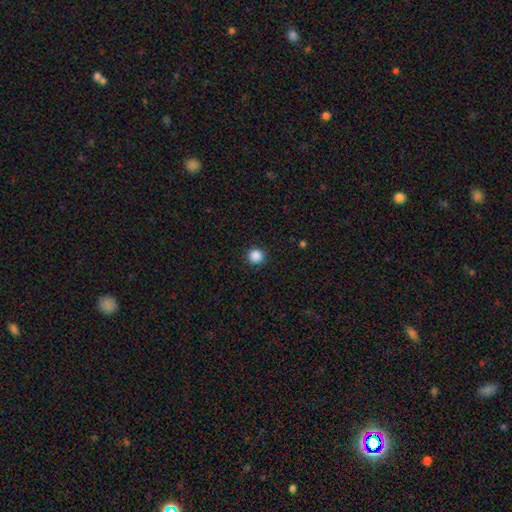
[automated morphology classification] Overall: smooth (87%). How rounded: round (94%). Merging: none (91%).